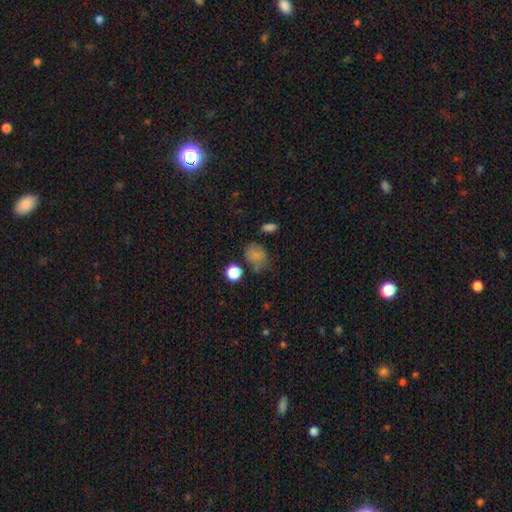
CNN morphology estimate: This is likely a smooth galaxy (77%). How rounded: possibly round (50%). Merging: possibly none (57%).